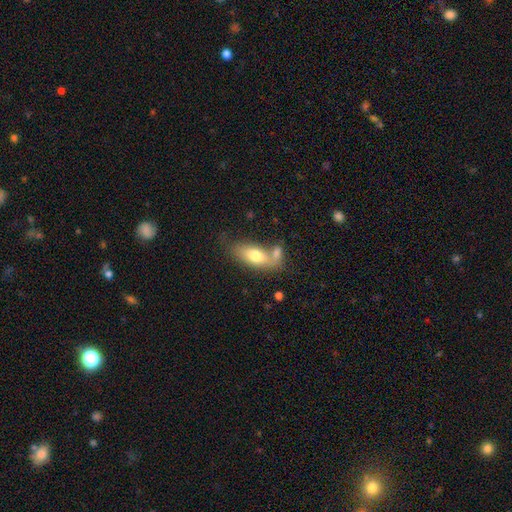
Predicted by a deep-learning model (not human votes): A smooth galaxy with no disk features (73%) that is in between round and cigar-shaped (85%). Merging: none (44%).